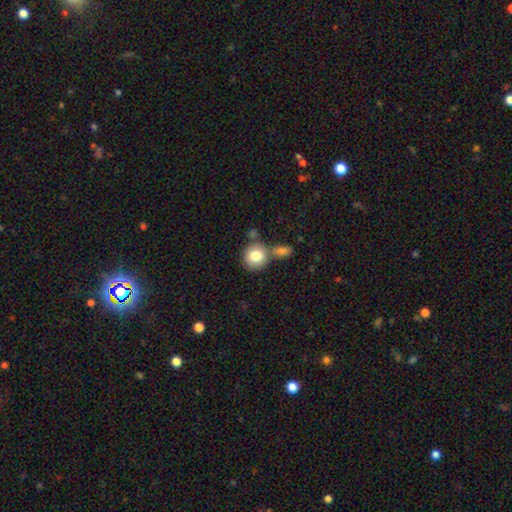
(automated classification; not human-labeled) A smooth galaxy with no disk features (82%) that is round (83%). Merging: none (57%).